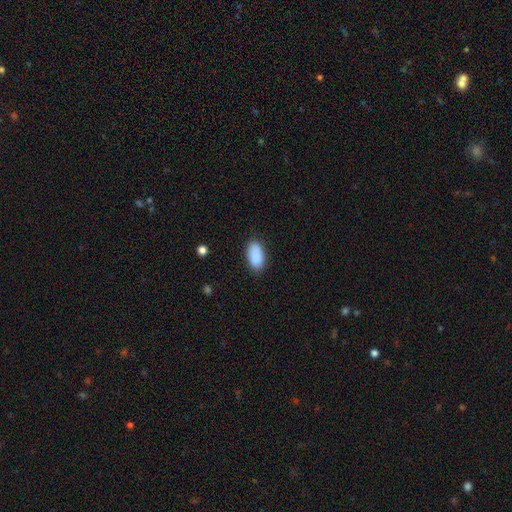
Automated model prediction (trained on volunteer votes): This is clearly a smooth galaxy (89%). How rounded: clearly in between (94%). Merging: clearly none (83%).